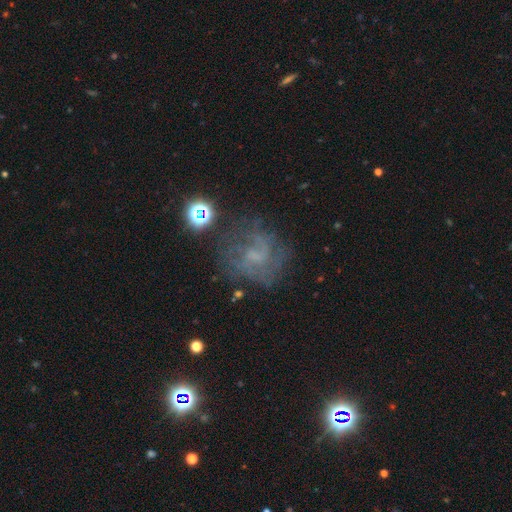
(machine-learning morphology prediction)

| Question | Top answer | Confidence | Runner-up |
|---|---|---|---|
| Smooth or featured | featured or disk | 59% | smooth (21%) |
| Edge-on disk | no | 98% | yes (2%) |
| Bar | no | 55% | weak (38%) |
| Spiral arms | yes | 71% | no (29%) |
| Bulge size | none | 45% | small (34%) |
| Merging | none | 61% | minor disturbance (18%) |